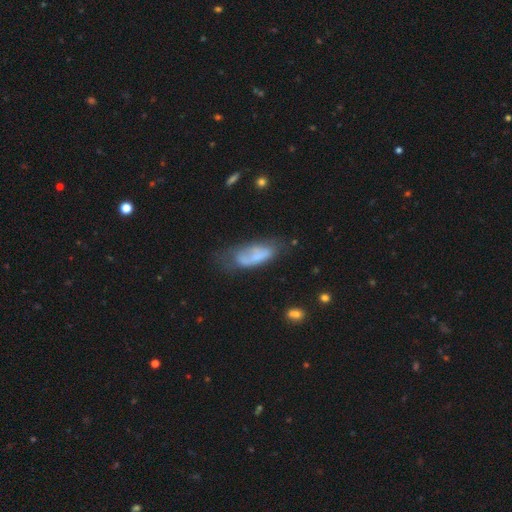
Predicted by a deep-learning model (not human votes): smooth-or-featured: smooth: 60% | featured or disk: 32% | star or artifact: 8%
  how-rounded: in between: 76% | cigar-shaped: 22% | round: 2%
  merging: none: 36% | minor disturbance: 31% | major disturbance: 27% | merger: 6%